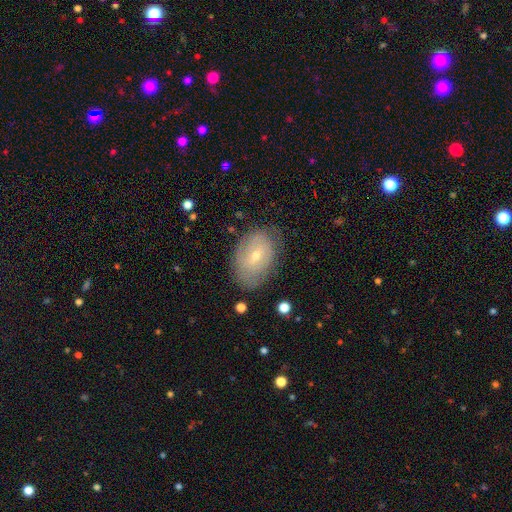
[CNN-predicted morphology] Smooth or featured?
  - featured or disk: 52% *
  - smooth: 40%
  - star or artifact: 8%
Edge-on disk?
  - no: 94% *
  - yes: 6%
Merging?
  - none: 73% *
  - minor disturbance: 20%
  - major disturbance: 6%
  - merger: 1%